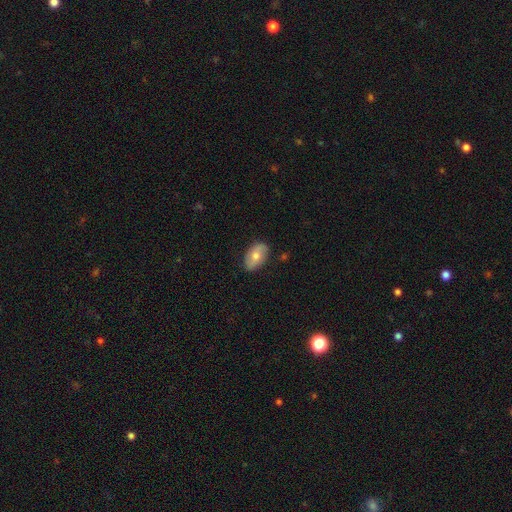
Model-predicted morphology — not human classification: Smooth or featured? Predicted: smooth (p=0.58). How rounded? Predicted: in between (p=0.91). Merging? Predicted: none (p=0.81).